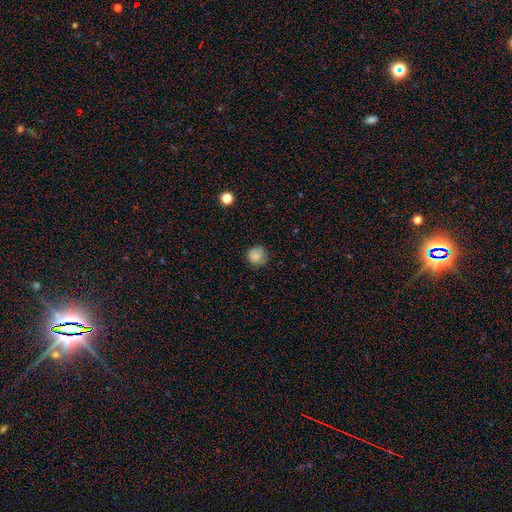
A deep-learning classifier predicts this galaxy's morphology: smooth_or_featured: smooth (p=0.85) [alt: star or artifact p=0.10]
how_rounded: round (p=0.92) [alt: in between p=0.07]
merging: none (p=0.80) [alt: minor disturbance p=0.15]